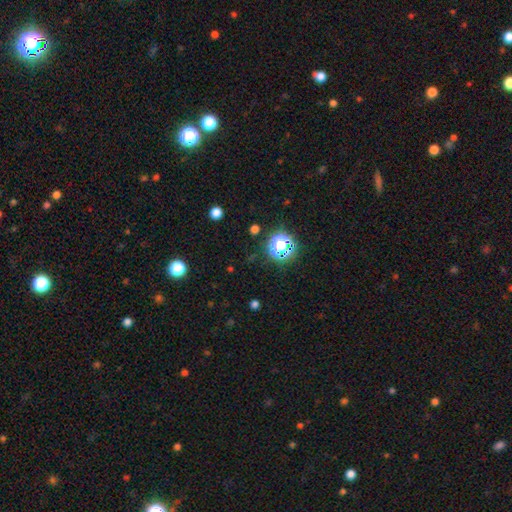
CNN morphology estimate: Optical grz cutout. It shows a star or artifact, not a galaxy (69%).